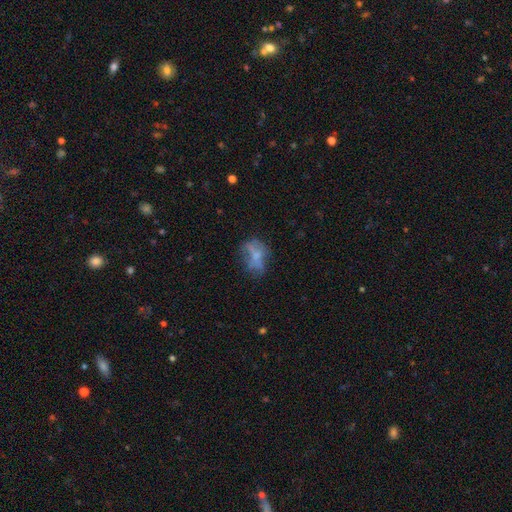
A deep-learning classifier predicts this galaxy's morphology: A smooth galaxy with no disk features (45%). Merging: none (44%).